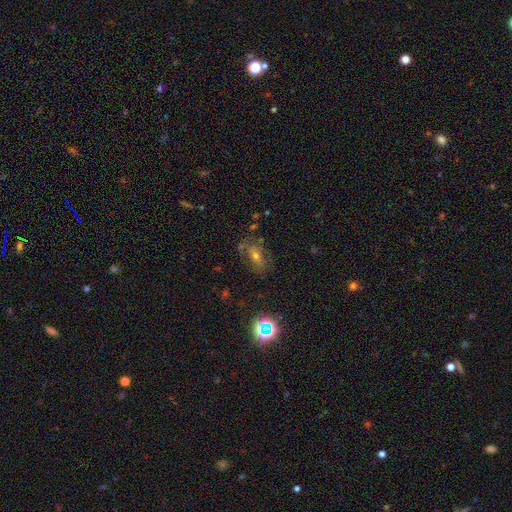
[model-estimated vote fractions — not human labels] smooth-or-featured: smooth: 36% | featured or disk: 35% | star or artifact: 29%
  merging: none: 65% | minor disturbance: 20% | major disturbance: 10% | merger: 5%